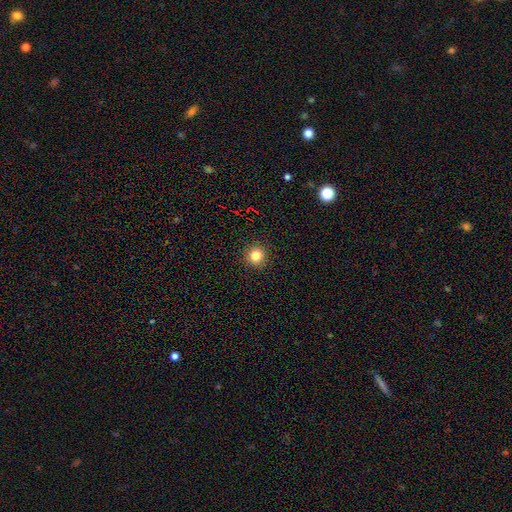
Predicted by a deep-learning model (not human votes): Smooth or featured? Predicted: smooth (p=0.82). How rounded? Predicted: round (p=0.95). Merging? Predicted: none (p=0.93).